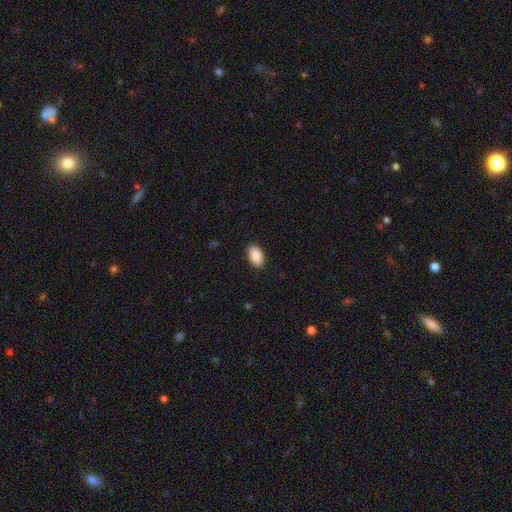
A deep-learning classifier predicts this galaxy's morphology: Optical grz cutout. It shows a smooth galaxy with no disk features (90%) that is in between round and cigar-shaped (95%). Merging: none (90%).